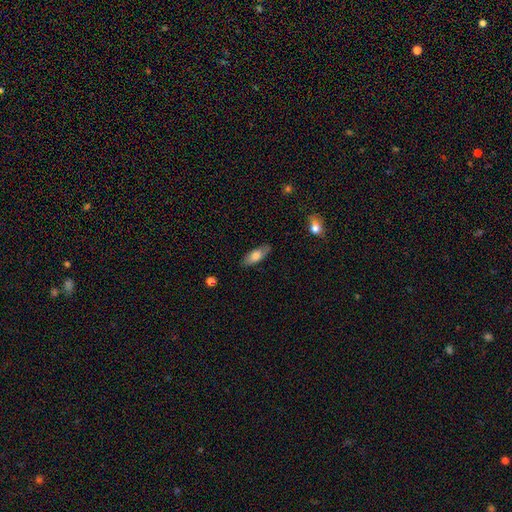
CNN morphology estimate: type=smooth (69%); roundness=in between (68%); merging=none (83%).